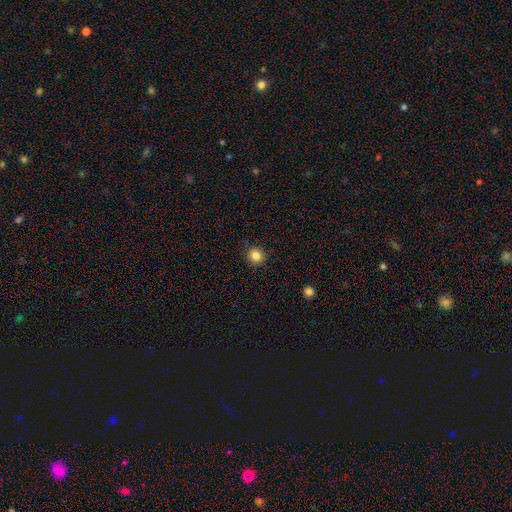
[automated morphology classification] The model was most divided on "smooth or featured": smooth: 84%, star or artifact: 11%, featured or disk: 5%. More confident: merging — none (91%); how rounded — round (88%).